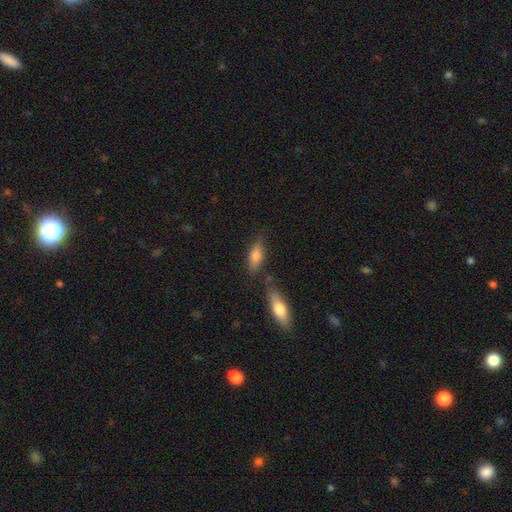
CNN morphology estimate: Smooth or featured: smooth — 61% (featured or disk — 31%)
How rounded: in between — 60% (cigar-shaped — 36%)
Merging: none — 71% (minor disturbance — 15%)